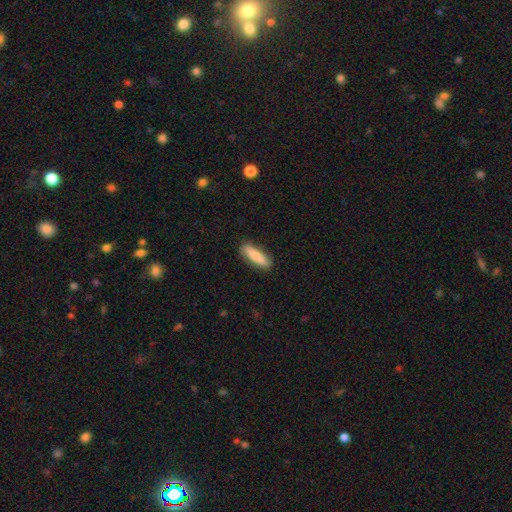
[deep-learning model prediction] Smooth or featured: smooth — 81% (featured or disk — 14%)
How rounded: cigar-shaped — 66% (in between — 32%)
Merging: none — 87% (minor disturbance — 10%)